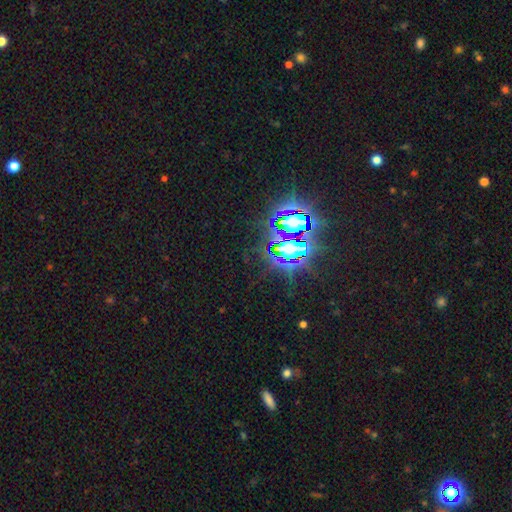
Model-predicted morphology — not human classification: Q: Smooth or featured?
A: star or artifact (83%); runner-up: smooth (10%)